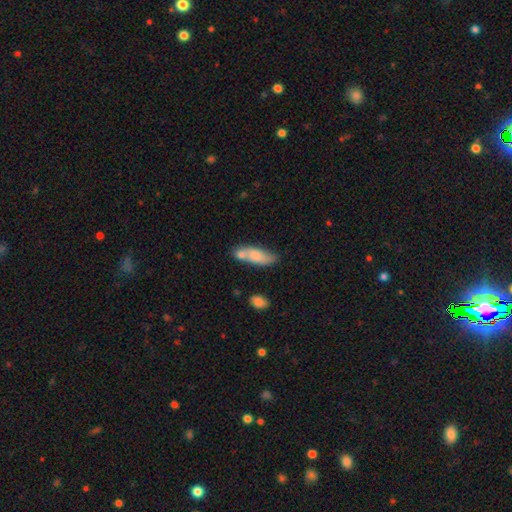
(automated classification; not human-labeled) smooth_or_featured: smooth (p=0.74) [alt: featured or disk p=0.19]
how_rounded: in between (p=0.62) [alt: cigar-shaped p=0.35]
merging: none (p=0.49) [alt: merger p=0.27]